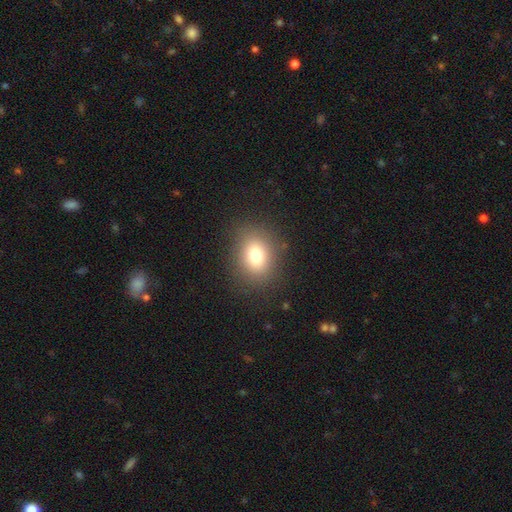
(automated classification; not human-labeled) Overall: smooth (78%). How rounded: in between (52%; round 47%). Merging: none (84%).